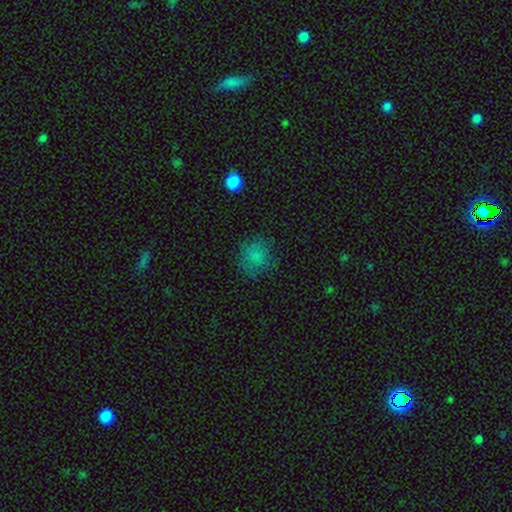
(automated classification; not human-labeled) This is likely a smooth galaxy (79%). How rounded: clearly round (81%). Merging: likely none (73%).